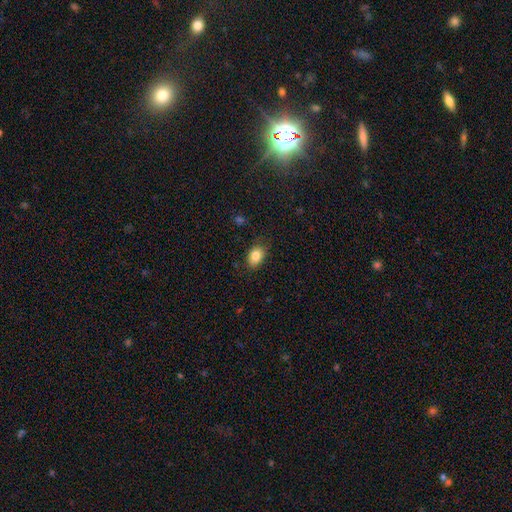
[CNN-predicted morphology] This appears to be a smooth galaxy with no disk features (84%) that is in between round and cigar-shaped (81%). Merging: none (81%).